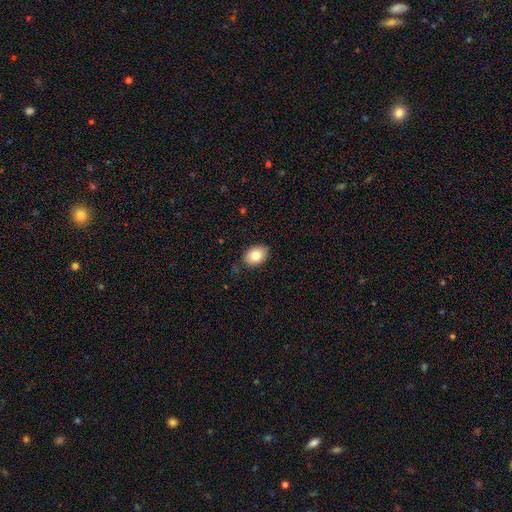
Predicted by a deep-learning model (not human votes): Smooth or featured: smooth — 80% (featured or disk — 12%)
How rounded: in between — 76% (round — 23%)
Merging: none — 84% (minor disturbance — 13%)